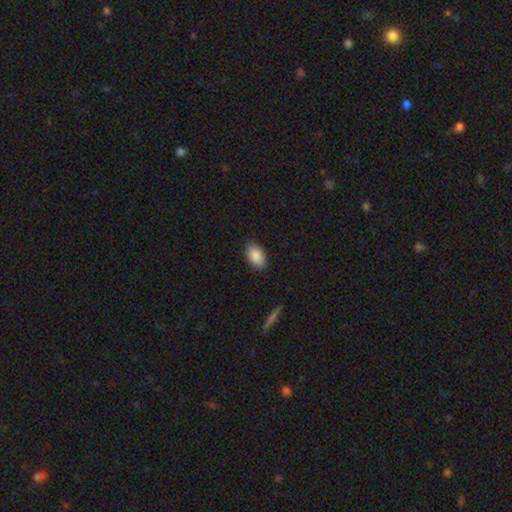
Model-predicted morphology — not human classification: A smooth galaxy with no disk features (87%) that is in between round and cigar-shaped (91%). Merging: none (84%).